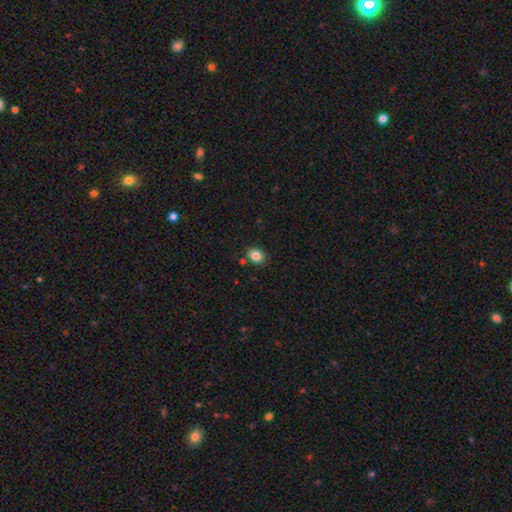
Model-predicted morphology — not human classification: This appears to be a smooth galaxy with no disk features (84%) that is round (55%). Merging: none (82%).